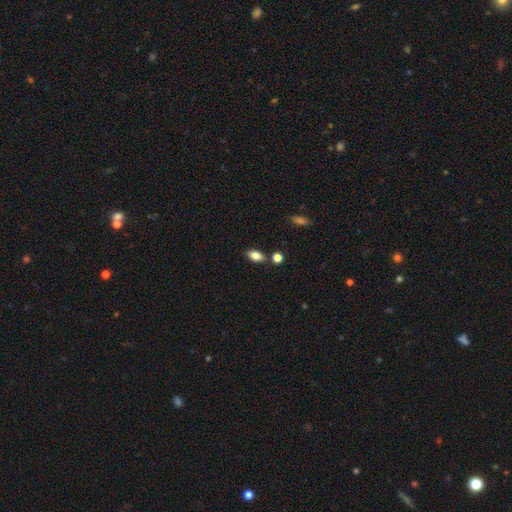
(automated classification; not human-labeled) A smooth galaxy with no disk features (78%) that is in between round and cigar-shaped (86%). Merging: none (78%).